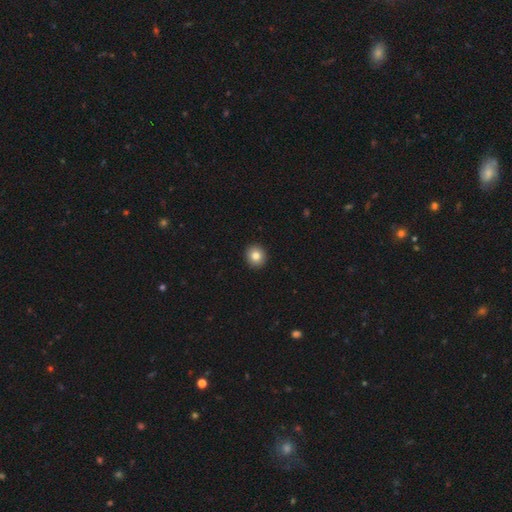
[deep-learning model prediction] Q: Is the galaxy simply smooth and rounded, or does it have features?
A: smooth — 82%.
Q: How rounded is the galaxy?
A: round — 87%.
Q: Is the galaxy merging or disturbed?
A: none — 93%.